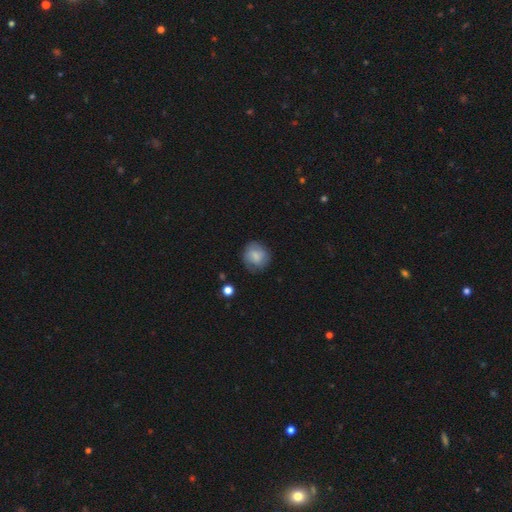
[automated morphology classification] Smooth or featured? smooth (72%)
How rounded? round (83%)
Merging? none (72%)